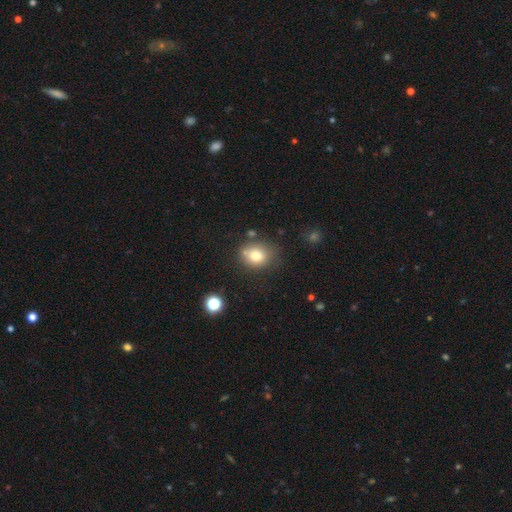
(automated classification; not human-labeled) Smooth or featured?
  - smooth: 76% *
  - featured or disk: 12%
  - star or artifact: 12%
How rounded?
  - round: 59% *
  - in between: 40%
  - cigar-shaped: 1%
Merging?
  - none: 64% *
  - minor disturbance: 21%
  - merger: 8%
  - major disturbance: 7%